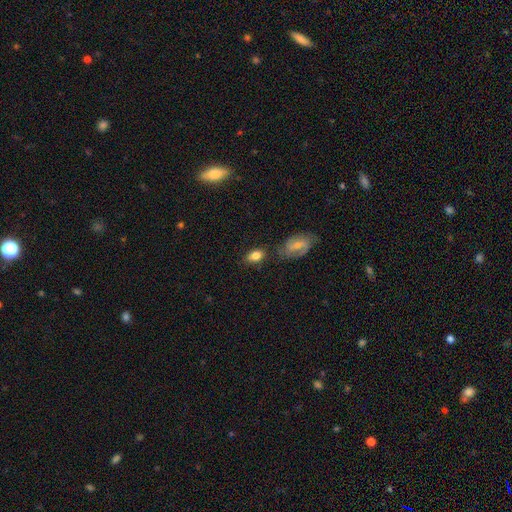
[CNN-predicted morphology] Overall: smooth (78%). How rounded: in between (86%). Merging: none (71%).